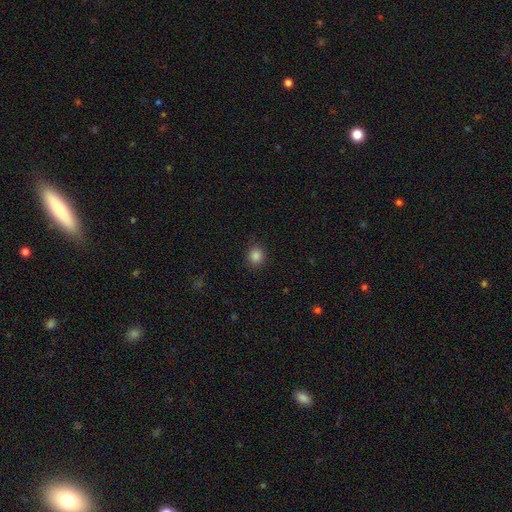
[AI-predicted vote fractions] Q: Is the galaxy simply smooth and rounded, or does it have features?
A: smooth — 85%.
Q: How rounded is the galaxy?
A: round — 83%.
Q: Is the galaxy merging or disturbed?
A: none — 88%.